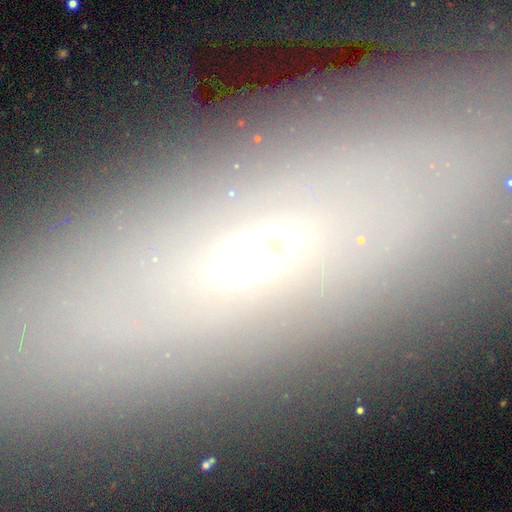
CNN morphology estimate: This is possibly a featured or disk galaxy (50%). It is possibly not viewed edge-on (55%). Merging: clearly none (81%).